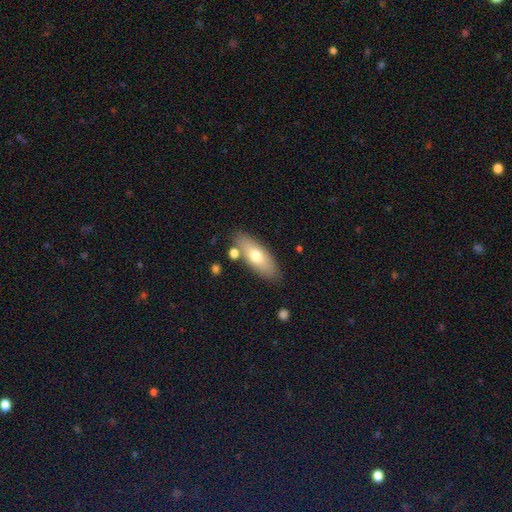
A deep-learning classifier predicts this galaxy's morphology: Smooth or featured: smooth — 68% (featured or disk — 26%)
How rounded: in between — 69% (cigar-shaped — 29%)
Merging: none — 80% (minor disturbance — 12%)